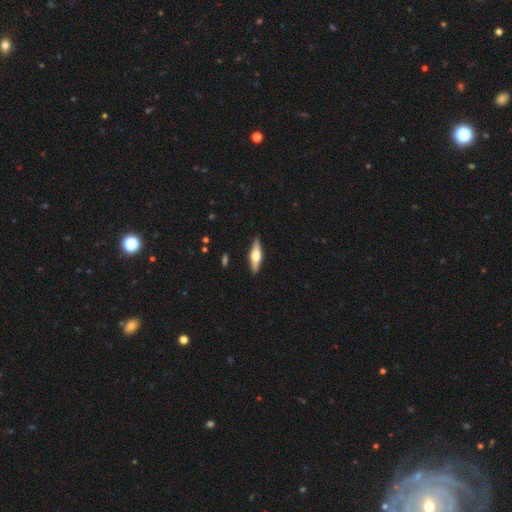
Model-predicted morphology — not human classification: Smooth or featured: featured or disk — 57% (smooth — 38%)
Edge-on disk: yes — 94% (no — 6%)
Edge-on bulge: rounded — 94% (boxy — 4%)
Merging: none — 90% (minor disturbance — 7%)